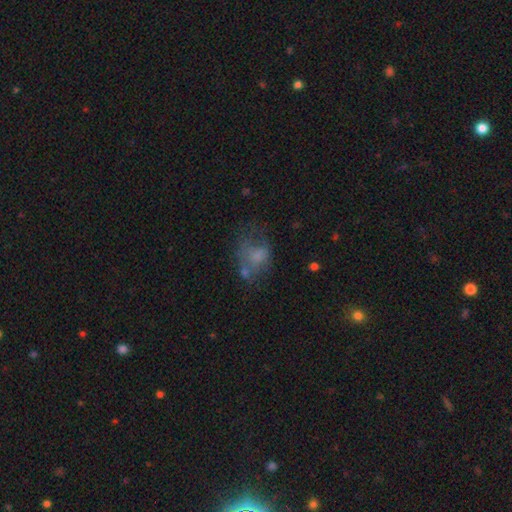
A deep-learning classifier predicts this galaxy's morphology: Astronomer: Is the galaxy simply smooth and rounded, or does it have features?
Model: smooth — 55% (runner-up: featured or disk, 32%).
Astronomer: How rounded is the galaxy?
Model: in between — 67%.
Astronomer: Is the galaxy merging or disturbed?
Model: major disturbance — 38% (runner-up: none, 28%).